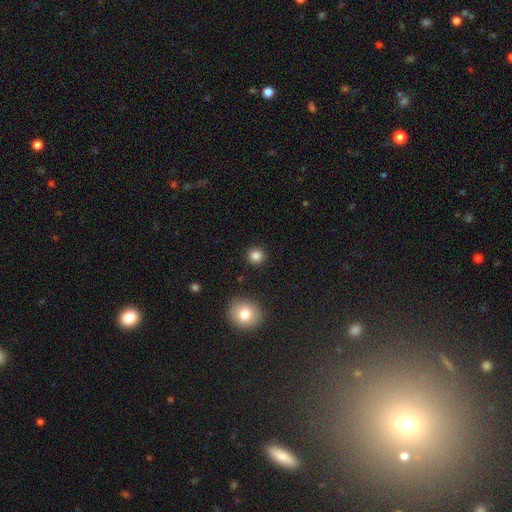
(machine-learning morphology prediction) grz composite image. It shows a smooth galaxy with no disk features (84%) that is round (94%). Merging: none (91%).